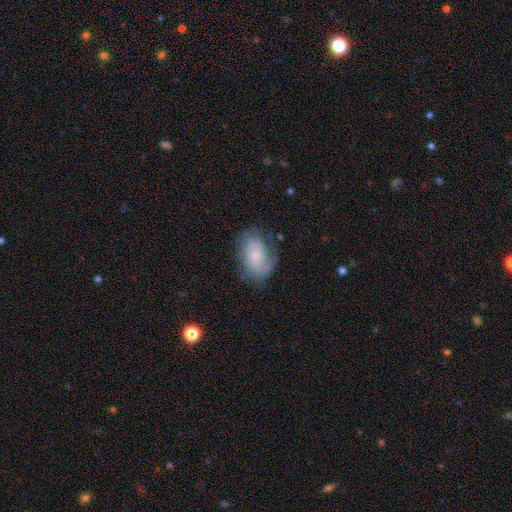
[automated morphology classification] Smooth or featured? featured or disk (47%)
Merging? none (61%)